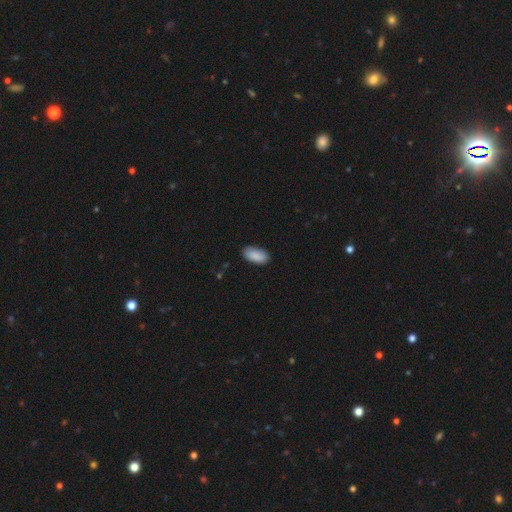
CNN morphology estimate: Overall: smooth (90%). How rounded: in between (94%). Merging: none (85%).